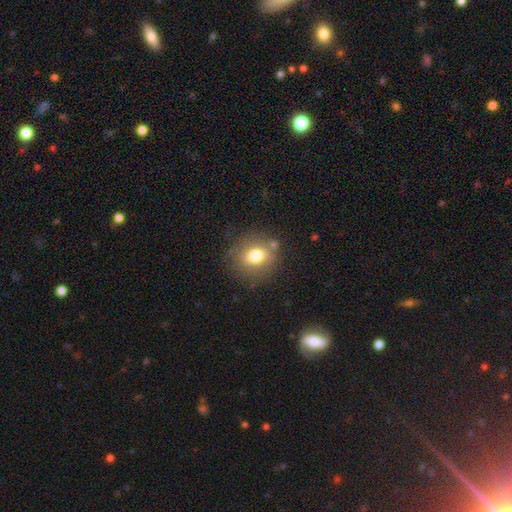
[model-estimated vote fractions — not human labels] Q: Smooth or featured?
A: smooth (75%); runner-up: featured or disk (15%)
Q: How rounded?
A: round (66%); runner-up: in between (33%)
Q: Merging?
A: none (76%); runner-up: minor disturbance (14%)